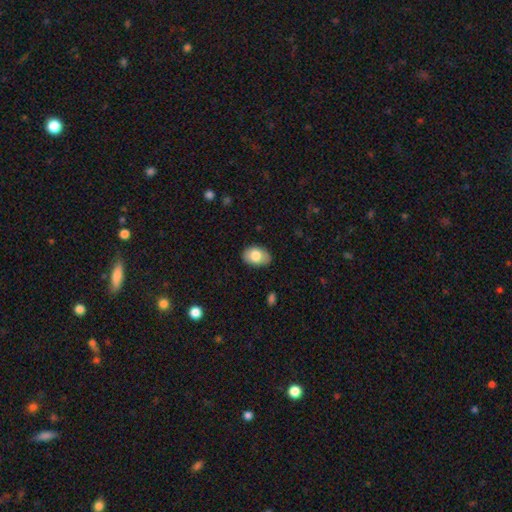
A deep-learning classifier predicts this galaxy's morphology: A smooth galaxy with no disk features (79%) that is in between round and cigar-shaped (84%). Merging: none (80%).